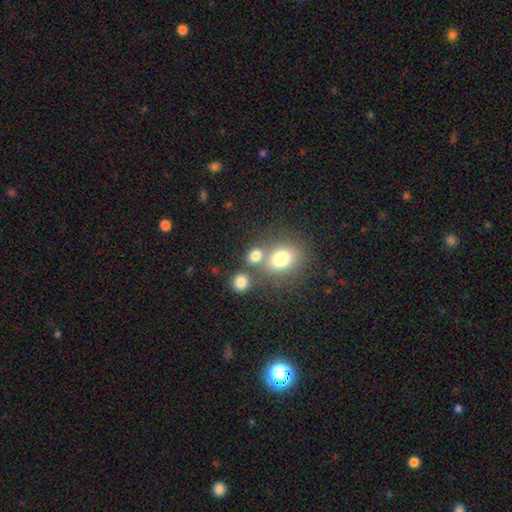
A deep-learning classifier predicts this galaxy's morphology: A smooth galaxy with no disk features (77%) that is round (67%). Merging: none (56%).